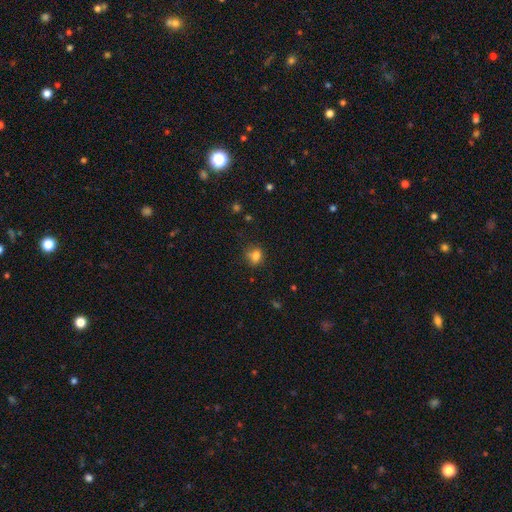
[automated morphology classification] A smooth galaxy with no disk features (78%) that is round (60%).

Vote fractions:
- Smooth or featured? smooth: 78% / star or artifact: 13% / featured or disk: 9%
- How rounded? round: 60% / in between: 39% / cigar-shaped: 1%
- Merging? none: 63% / minor disturbance: 22% / merger: 8% / major disturbance: 7%